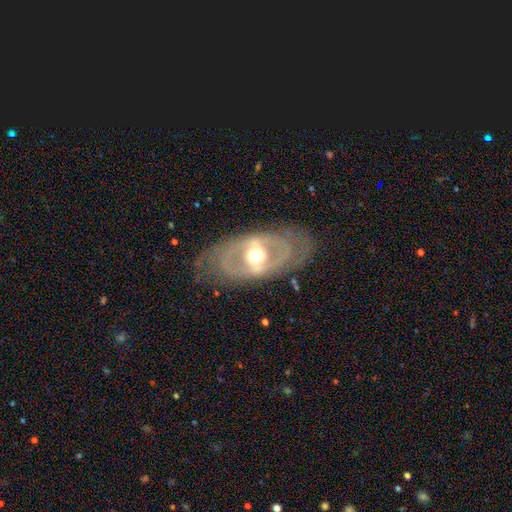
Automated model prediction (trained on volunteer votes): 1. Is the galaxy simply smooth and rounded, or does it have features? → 77% featured or disk, 18% smooth, 5% star or artifact.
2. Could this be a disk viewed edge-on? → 89% no, 11% yes.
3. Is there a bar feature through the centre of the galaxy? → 41% strong, 33% weak, 26% no.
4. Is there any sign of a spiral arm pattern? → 50% no (tied), 50% yes (tied).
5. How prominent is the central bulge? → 70% moderate, 15% small, 13% large, 1% dominant, 1% none.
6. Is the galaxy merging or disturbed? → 75% none, 15% minor disturbance, 8% major disturbance, 1% merger.